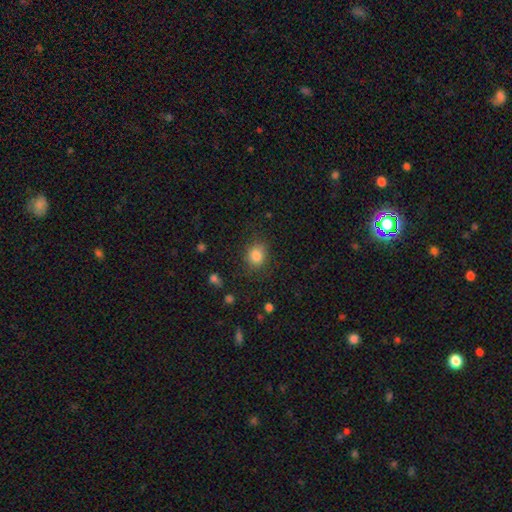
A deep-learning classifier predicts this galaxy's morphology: smooth-or-featured: smooth: 84% | star or artifact: 10% | featured or disk: 6%
  how-rounded: round: 63% | in between: 36% | cigar-shaped: 1%
  merging: none: 78% | minor disturbance: 15% | major disturbance: 5% | merger: 2%